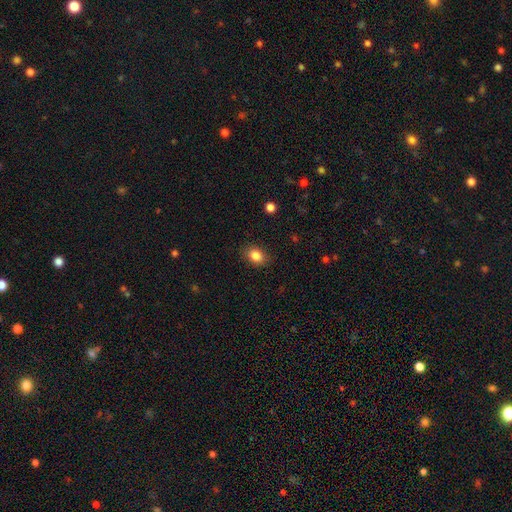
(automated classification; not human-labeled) A smooth galaxy with no disk features (85%) that is in between round and cigar-shaped (70%). Merging: none (86%).